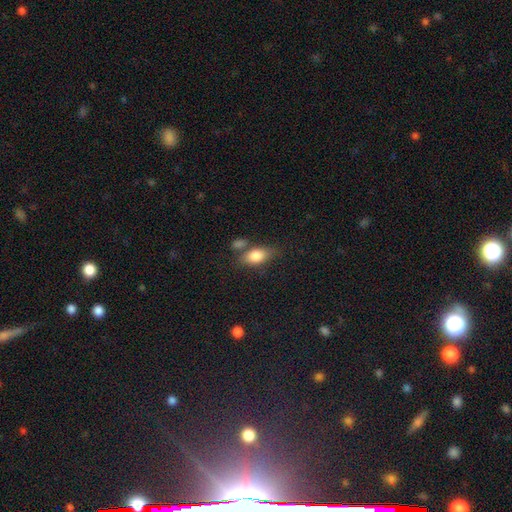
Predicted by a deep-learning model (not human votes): A smooth galaxy with no disk features (79%) that is in between round and cigar-shaped (82%). Merging: none (59%).